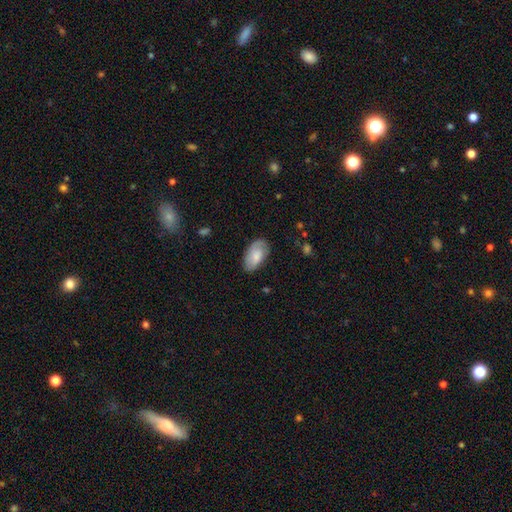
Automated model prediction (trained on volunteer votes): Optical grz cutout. It shows a smooth galaxy with no disk features (63%) that is in between round and cigar-shaped (94%). Merging: none (75%).